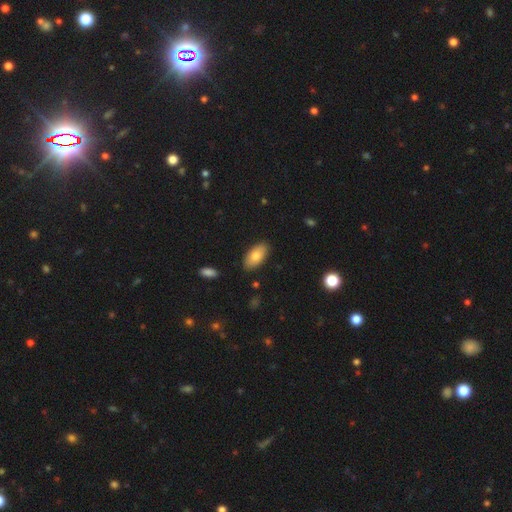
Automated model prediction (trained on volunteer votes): Overall: smooth (80%). How rounded: in between (93%). Merging: none (86%).